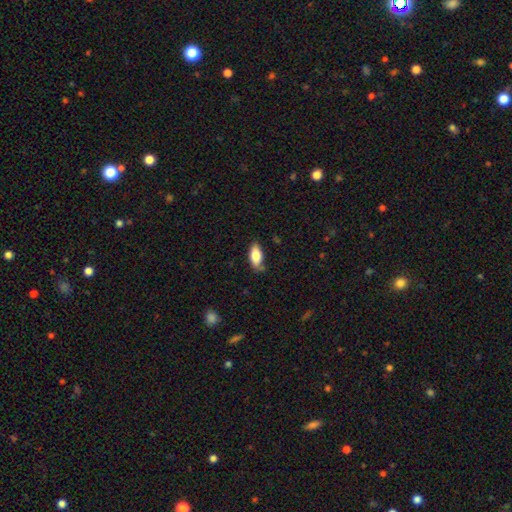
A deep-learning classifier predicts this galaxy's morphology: smooth-or-featured: smooth: 80% | featured or disk: 14% | star or artifact: 7%
  how-rounded: in between: 86% | cigar-shaped: 12% | round: 3%
  merging: none: 74% | minor disturbance: 20% | major disturbance: 4% | merger: 2%